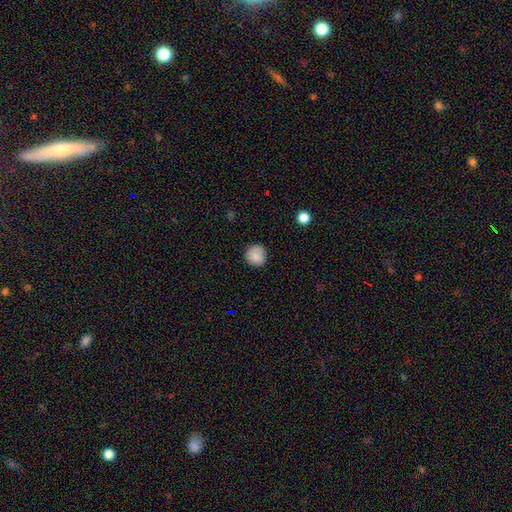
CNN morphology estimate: The model was most divided on "merging": none: 81%, minor disturbance: 15%, major disturbance: 3%, merger: 1%. More confident: how rounded — round (90%); smooth or featured — smooth (85%).